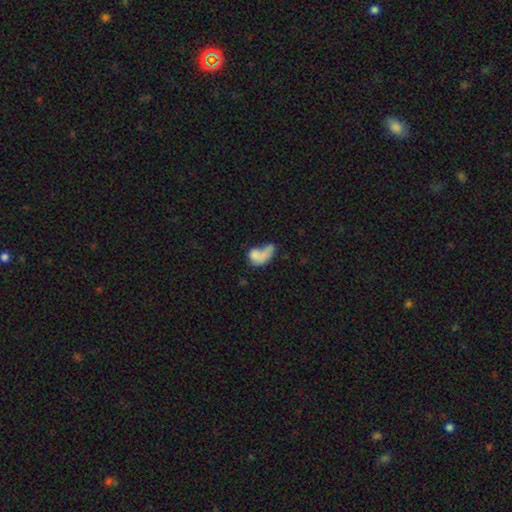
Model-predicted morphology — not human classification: Smooth or featured? Predicted: smooth (p=0.65). How rounded? Predicted: in between (p=0.79). Merging? Predicted: merger (p=0.35).